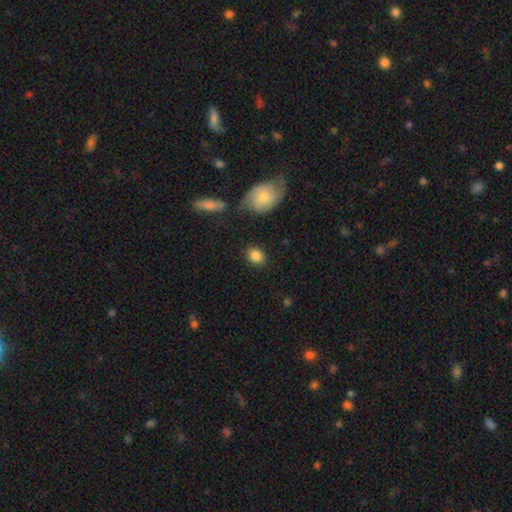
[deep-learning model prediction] Morphology: type=smooth (86%); roundness=in between (63%); merging=none (84%).